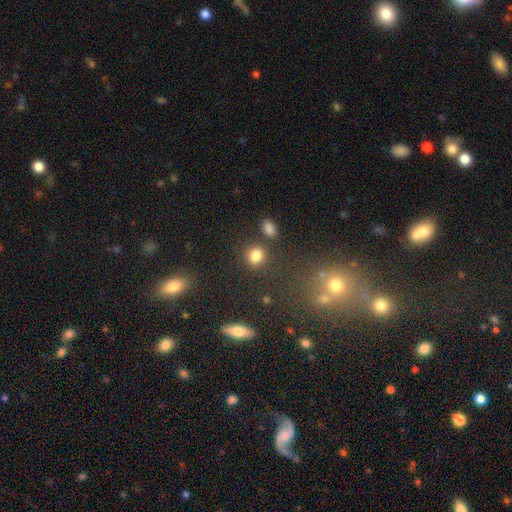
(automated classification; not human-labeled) The model was most divided on "how rounded": round: 78%, in between: 21%, cigar-shaped: 1%. More confident: smooth or featured — smooth (81%); merging — none (77%).